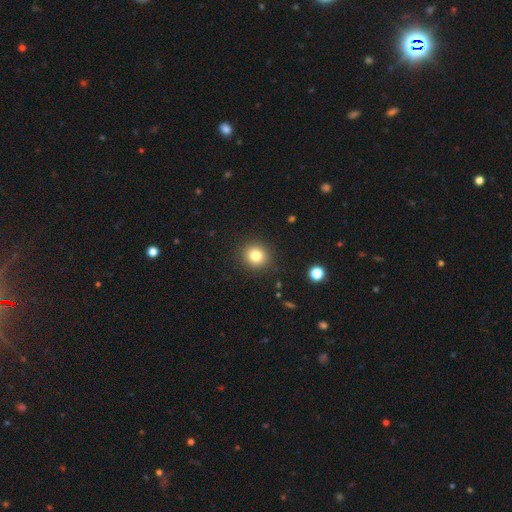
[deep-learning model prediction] The model was most divided on "smooth or featured": smooth: 81%, star or artifact: 12%, featured or disk: 7%. More confident: merging — none (90%); how rounded — round (90%).